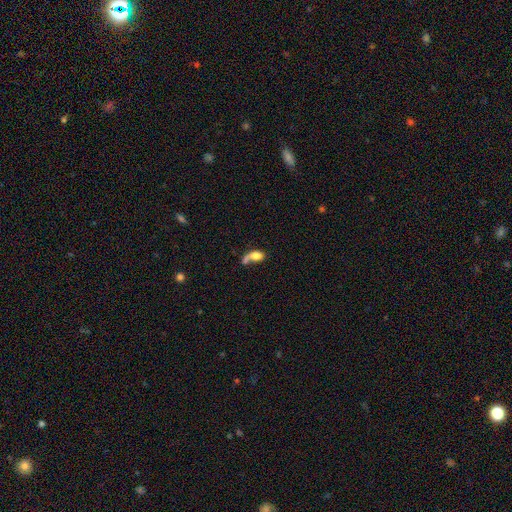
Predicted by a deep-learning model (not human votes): A smooth galaxy with no disk features (64%) that is in between round and cigar-shaped (74%). Merging: merger (31%).